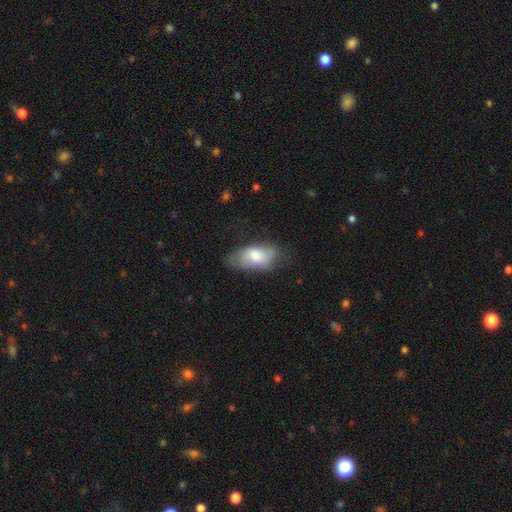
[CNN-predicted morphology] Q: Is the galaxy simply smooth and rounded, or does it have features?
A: smooth — 70%.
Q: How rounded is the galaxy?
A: in between — 92%.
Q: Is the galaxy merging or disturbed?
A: none — 60%.